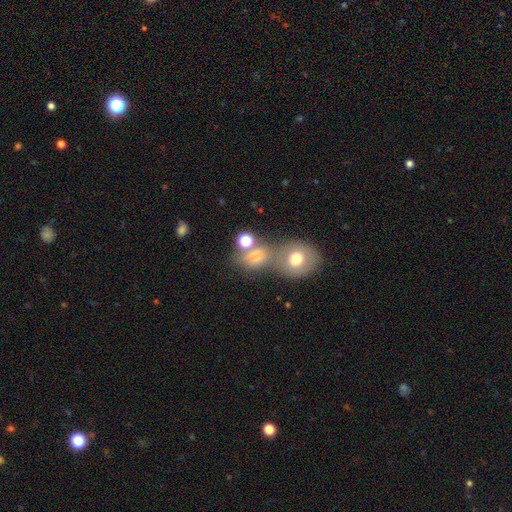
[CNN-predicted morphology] This is likely a smooth galaxy (68%). How rounded: possibly round (54%). Merging: possibly merger (48%).